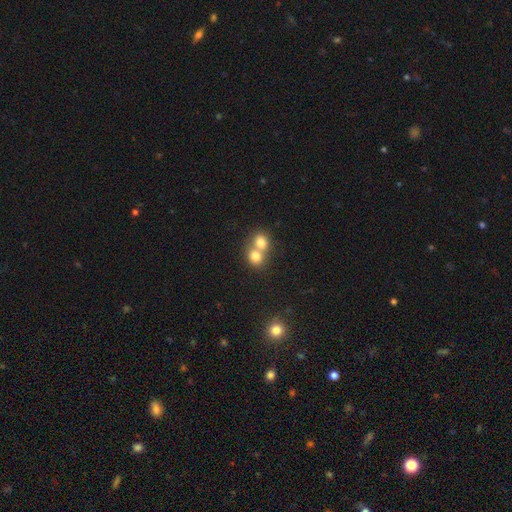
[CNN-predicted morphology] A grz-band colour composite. It shows a smooth galaxy with no disk features (76%) that is round (69%). Merging: merger (67%).